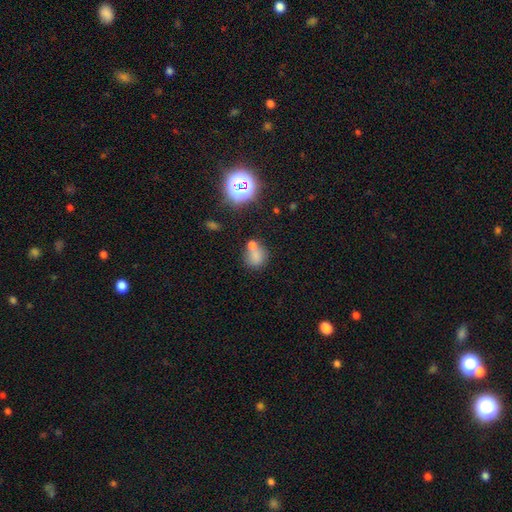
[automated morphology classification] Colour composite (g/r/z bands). It shows a smooth galaxy with no disk features (71%) that is round (71%). Merging: none (48%).